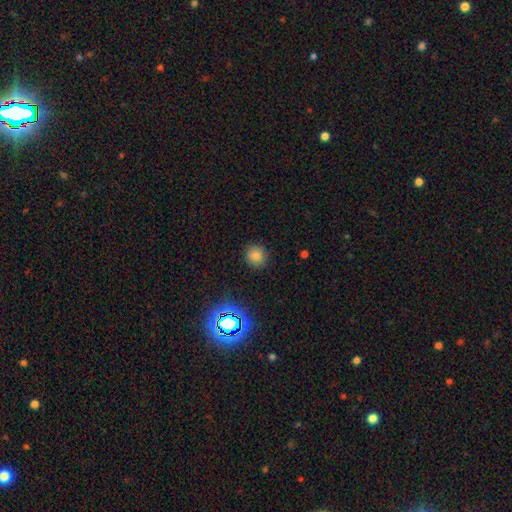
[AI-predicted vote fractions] The model was most divided on "smooth or featured": smooth: 76%, star or artifact: 17%, featured or disk: 7%. More confident: merging — none (88%); how rounded — round (87%).